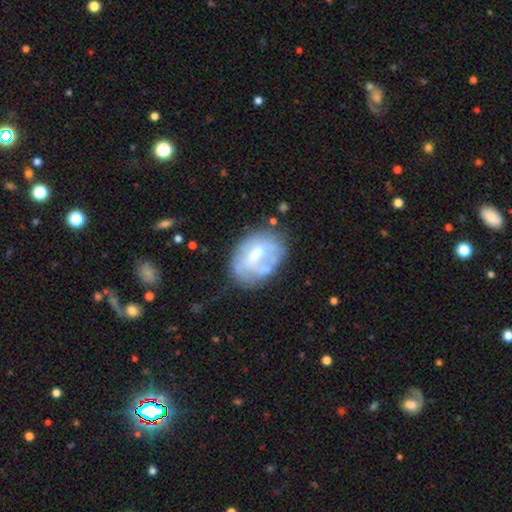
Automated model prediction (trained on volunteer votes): Smooth or featured: featured or disk — 54% (smooth — 37%)
Edge-on disk: no — 96% (yes — 4%)
Bar: no — 46% (weak — 39%)
Spiral arms: no — 74% (yes — 26%)
Bulge size: moderate — 45% (small — 22%)
Merging: none — 51% (minor disturbance — 25%)